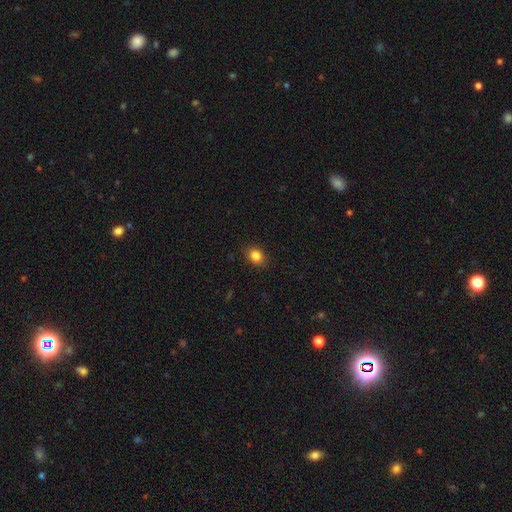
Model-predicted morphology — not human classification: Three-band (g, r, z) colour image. It shows a smooth galaxy with no disk features (84%) that is round (51%). Merging: none (86%).